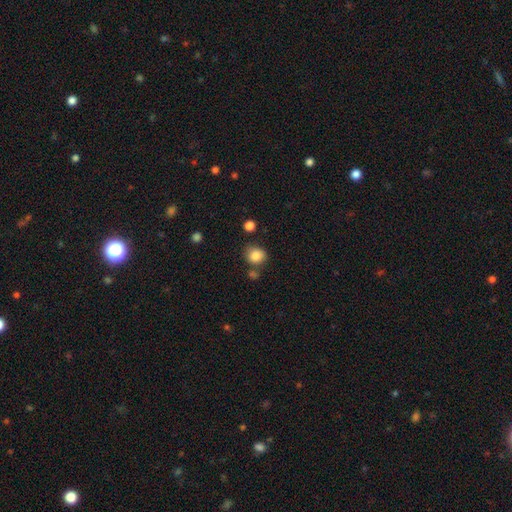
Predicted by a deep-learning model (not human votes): smooth_or_featured: smooth (p=0.85) [alt: star or artifact p=0.10]
how_rounded: round (p=0.75) [alt: in between p=0.24]
merging: none (p=0.71) [alt: minor disturbance p=0.15]